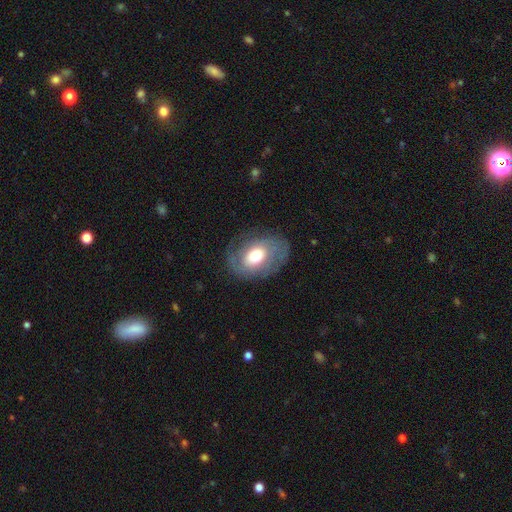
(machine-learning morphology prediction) This appears to be a featured or disk galaxy (56%) with no bar (69%), spiral arms (70%) and a moderate central bulge (49%). Merging: none (73%).